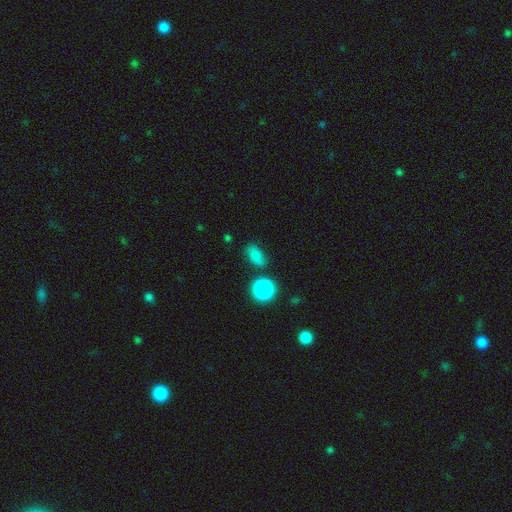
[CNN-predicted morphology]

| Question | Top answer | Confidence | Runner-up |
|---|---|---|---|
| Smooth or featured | smooth | 78% | star or artifact (15%) |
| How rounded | in between | 80% | round (17%) |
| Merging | none | 76% | minor disturbance (15%) |